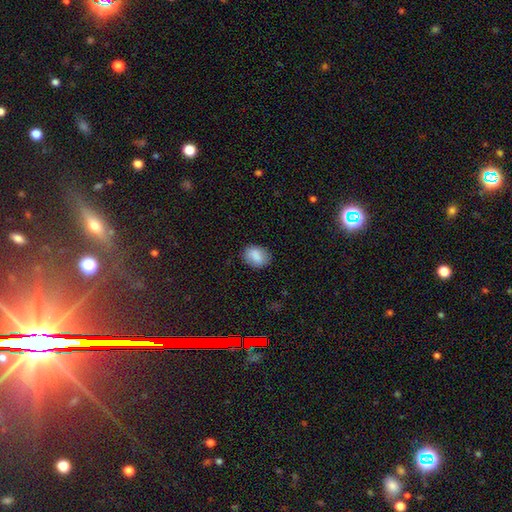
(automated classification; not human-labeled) Q: Smooth or featured?
A: smooth (85%); runner-up: star or artifact (8%)
Q: How rounded?
A: in between (65%); runner-up: round (33%)
Q: Merging?
A: none (81%); runner-up: minor disturbance (14%)